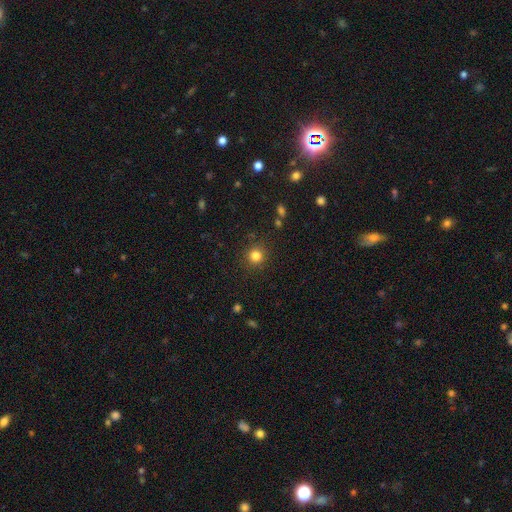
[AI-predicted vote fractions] smooth 82%, star or artifact 13%, featured or disk 5%. Down the decision tree: how rounded — round (93%); merging — none (89%).